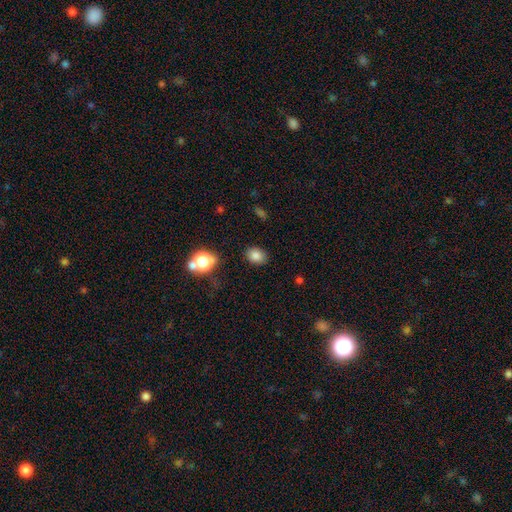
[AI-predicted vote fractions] Smooth or featured? Predicted: smooth (p=0.81). How rounded? Predicted: in between (p=0.59). Merging? Predicted: none (p=0.84).